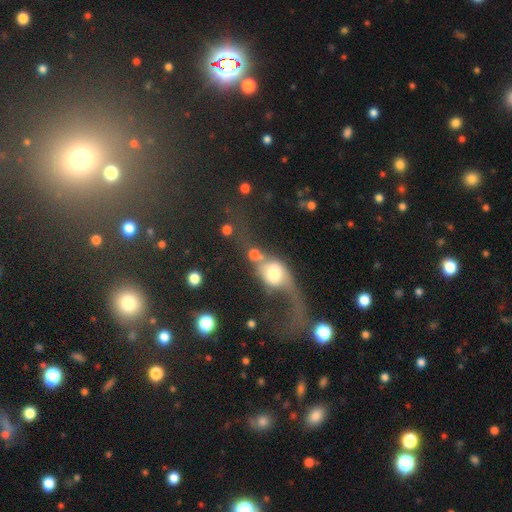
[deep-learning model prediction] smooth-or-featured: featured or disk: 53% | smooth: 36% | star or artifact: 11%
  disk-edge-on: no: 89% | yes: 11%
  merging: major disturbance: 45% | none: 23% | merger: 20% | minor disturbance: 12%